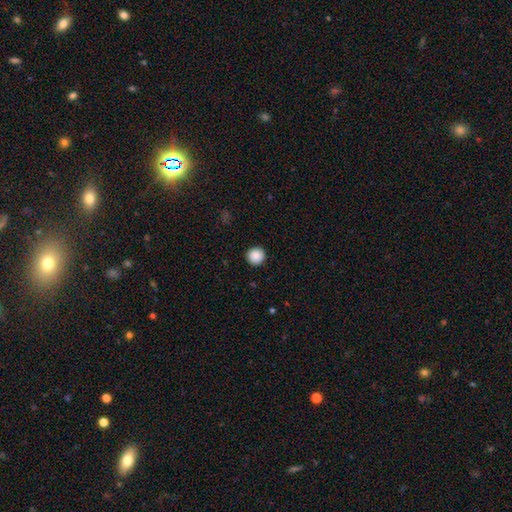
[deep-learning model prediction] A smooth galaxy with no disk features (89%) that is round (95%). Merging: none (93%).